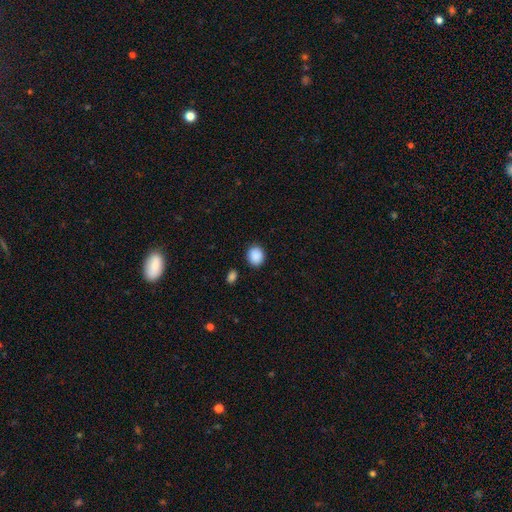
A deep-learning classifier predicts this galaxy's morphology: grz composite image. It shows a smooth galaxy with no disk features (90%) that is round (69%). Merging: none (88%).